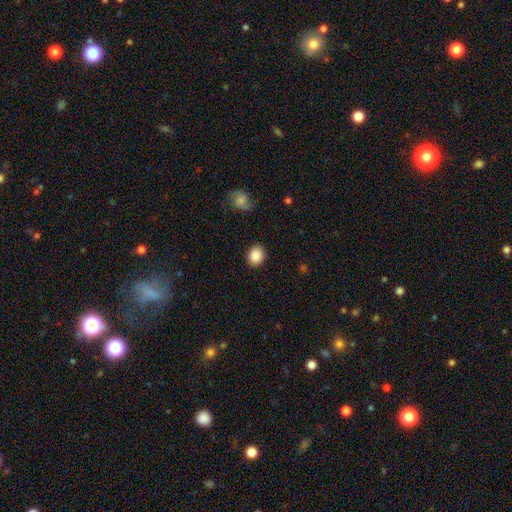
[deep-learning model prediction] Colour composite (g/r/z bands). It shows a smooth galaxy with no disk features (87%) that is round (62%). Merging: none (88%).